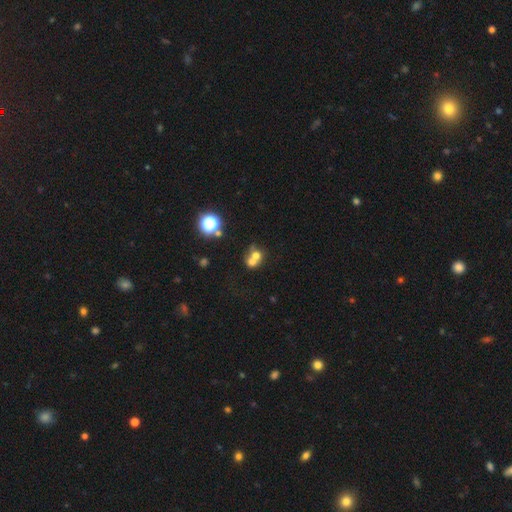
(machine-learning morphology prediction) This appears to be a smooth galaxy with no disk features (61%) that is round (74%). Merging: merger (63%).